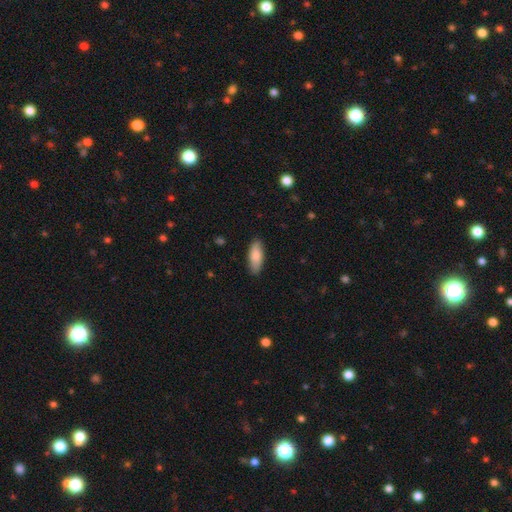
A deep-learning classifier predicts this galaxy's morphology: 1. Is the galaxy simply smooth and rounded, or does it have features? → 82% smooth, 12% featured or disk, 6% star or artifact.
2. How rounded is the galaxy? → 76% in between, 22% cigar-shaped, 2% round.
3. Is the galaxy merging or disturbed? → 86% none, 11% minor disturbance, 2% major disturbance, 1% merger.